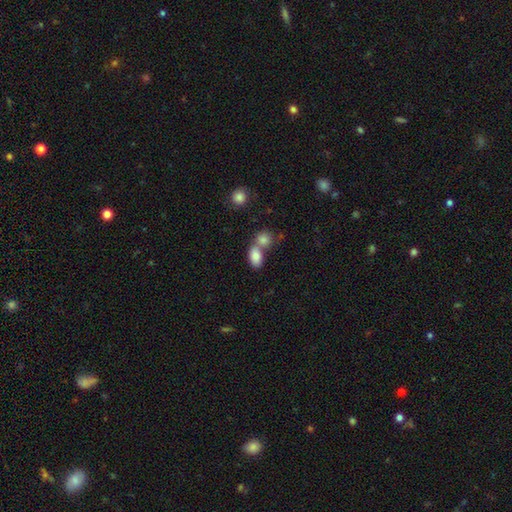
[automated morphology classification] smooth_or_featured: smooth (p=0.83) [alt: star or artifact p=0.09]
how_rounded: in between (p=0.88) [alt: round p=0.10]
merging: merger (p=0.51) [alt: none p=0.37]